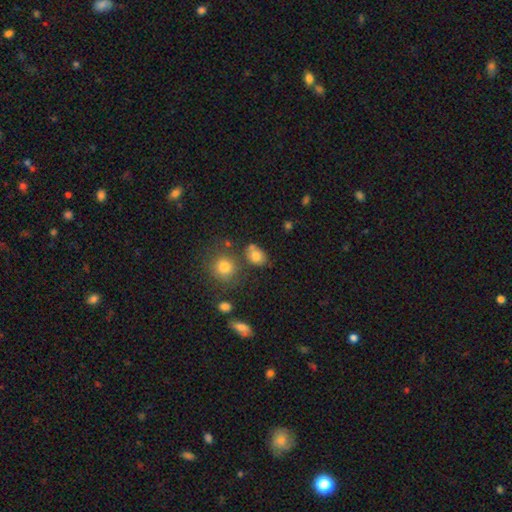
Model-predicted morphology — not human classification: Overall: smooth (79%). How rounded: in between (63%; round 36%). Merging: none (61%).